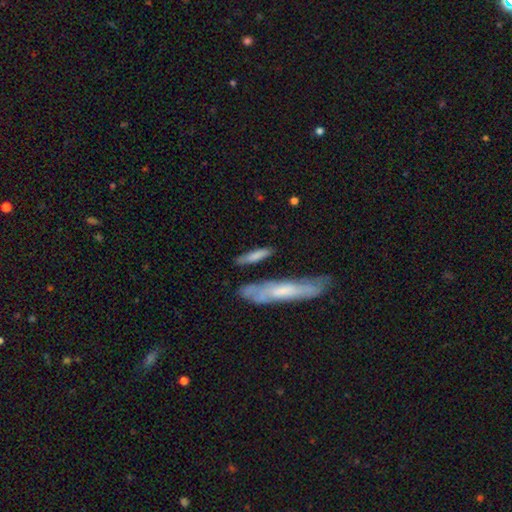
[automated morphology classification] This appears to be a smooth galaxy with no disk features (72%) that is cigar-shaped (79%). Merging: none (70%).